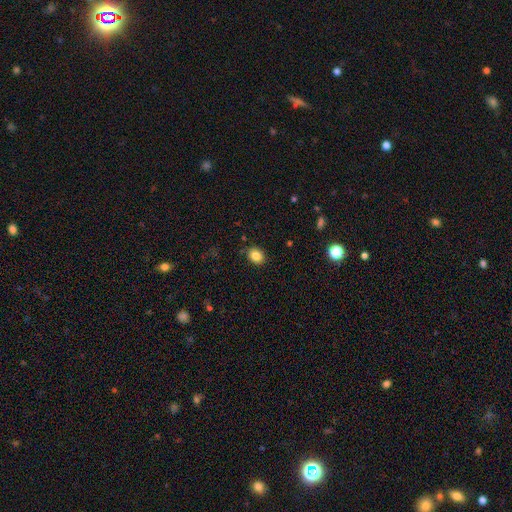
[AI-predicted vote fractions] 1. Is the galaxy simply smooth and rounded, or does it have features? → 84% smooth, 10% star or artifact, 6% featured or disk.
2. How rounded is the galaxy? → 53% in between, 46% round, 1% cigar-shaped.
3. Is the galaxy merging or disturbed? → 86% none, 11% minor disturbance, 2% major disturbance, 1% merger.